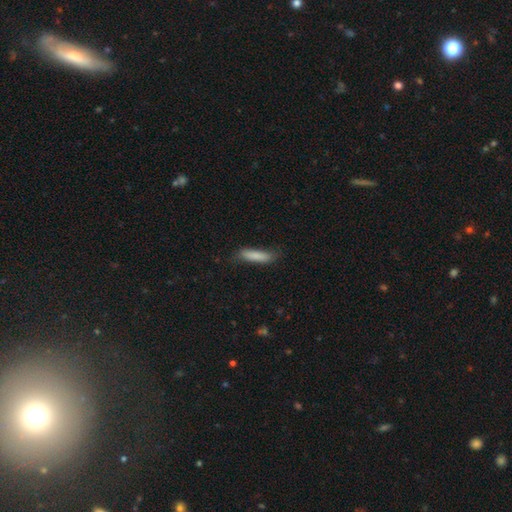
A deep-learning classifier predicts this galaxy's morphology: Overall: smooth (82%). How rounded: cigar-shaped (75%). Merging: none (72%).